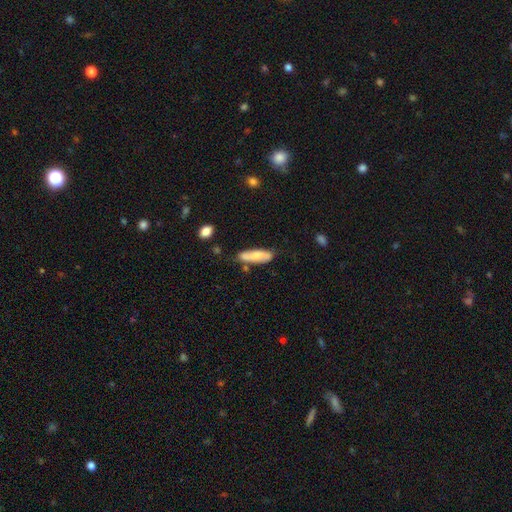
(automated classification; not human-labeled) A smooth galaxy with no disk features (71%) that is cigar-shaped (53%). Merging: none (65%).